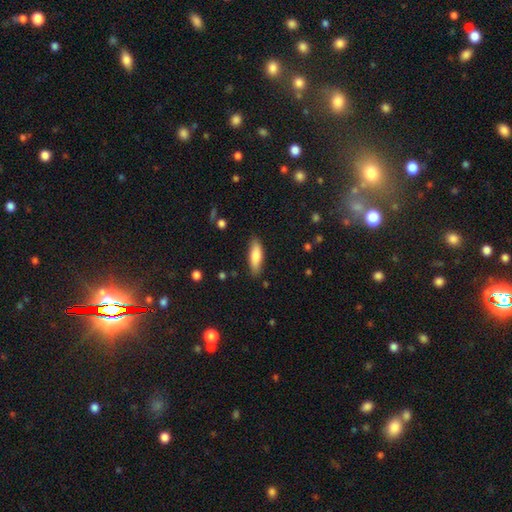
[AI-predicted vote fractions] Smooth or featured? Predicted: smooth (p=0.80). How rounded? Predicted: in between (p=0.54). Merging? Predicted: none (p=0.83).